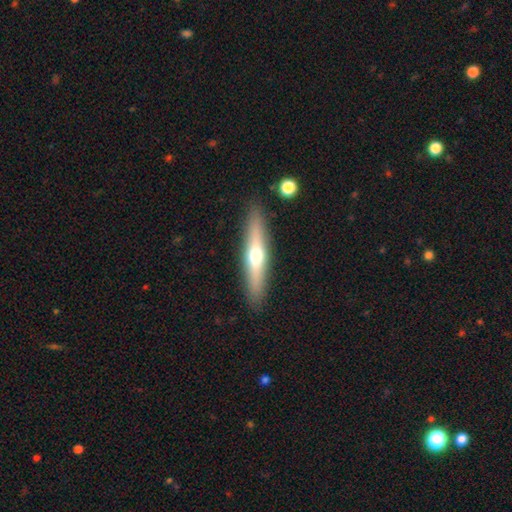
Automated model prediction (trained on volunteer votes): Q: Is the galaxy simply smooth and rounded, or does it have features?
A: featured or disk — 48%.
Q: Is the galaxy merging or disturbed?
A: none — 89%.